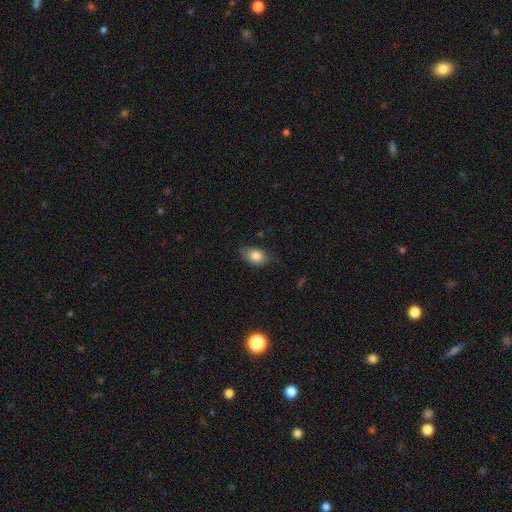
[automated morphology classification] Overall: smooth (82%). How rounded: in between (83%). Merging: none (72%).